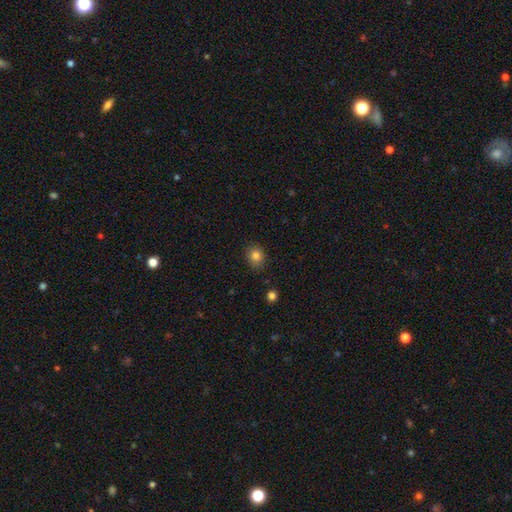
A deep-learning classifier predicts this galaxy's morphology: Smooth or featured? Predicted: smooth (p=0.82). How rounded? Predicted: round (p=0.67). Merging? Predicted: none (p=0.85).